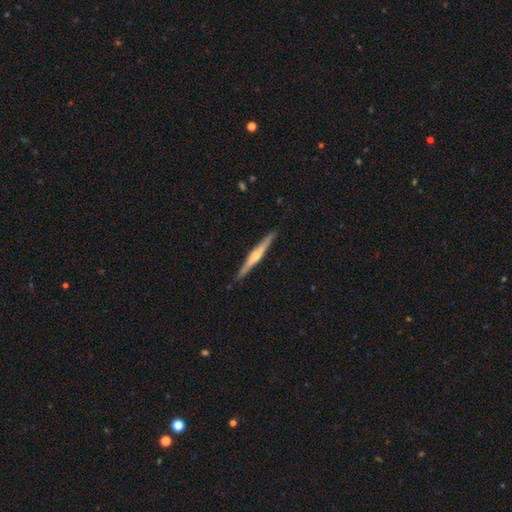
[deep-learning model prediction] Smooth or featured?
  - featured or disk: 68% *
  - smooth: 27%
  - star or artifact: 5%
Edge-on disk?
  - yes: 98% *
  - no: 2%
Edge-on bulge?
  - rounded: 80% *
  - none: 13%
  - boxy: 6%
Merging?
  - none: 90% *
  - minor disturbance: 8%
  - major disturbance: 1%
  - merger: 1%